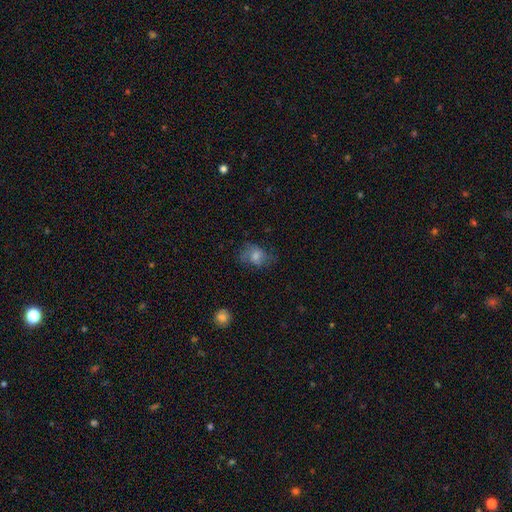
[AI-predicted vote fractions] Smooth or featured?
  - smooth: 46% *
  - featured or disk: 40%
  - star or artifact: 14%
Merging?
  - none: 63% *
  - minor disturbance: 22%
  - major disturbance: 13%
  - merger: 1%